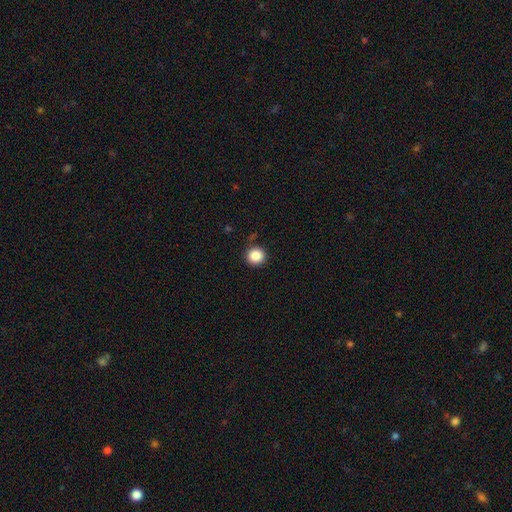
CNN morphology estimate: smooth 87%, star or artifact 10%, featured or disk 3%. Down the decision tree: how rounded — round (93%); merging — none (88%).